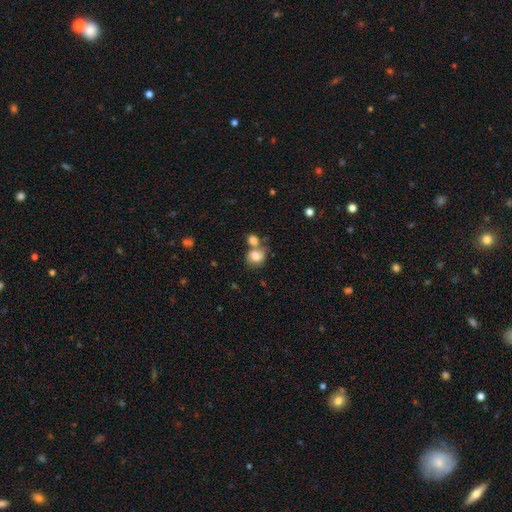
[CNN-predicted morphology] type=smooth (72%); roundness=round (56%); merging=merger (48%).